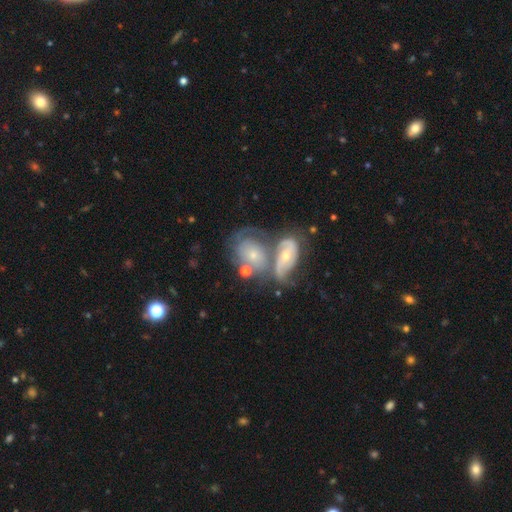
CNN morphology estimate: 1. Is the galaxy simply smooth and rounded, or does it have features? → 72% featured or disk, 19% smooth, 9% star or artifact.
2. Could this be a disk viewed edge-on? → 93% no, 7% yes.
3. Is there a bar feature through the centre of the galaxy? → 66% no, 25% weak, 9% strong.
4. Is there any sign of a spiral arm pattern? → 85% yes, 15% no.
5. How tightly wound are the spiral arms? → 56% tight, 33% medium, 11% loose.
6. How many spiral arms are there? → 40% 2, 38% can't tell, 9% 3, 5% 1, 4% 4, 3% more than 4.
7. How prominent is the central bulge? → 55% small, 40% moderate, 2% large, 2% none, 1% dominant.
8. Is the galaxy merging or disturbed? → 56% merger, 27% none, 10% minor disturbance, 7% major disturbance.